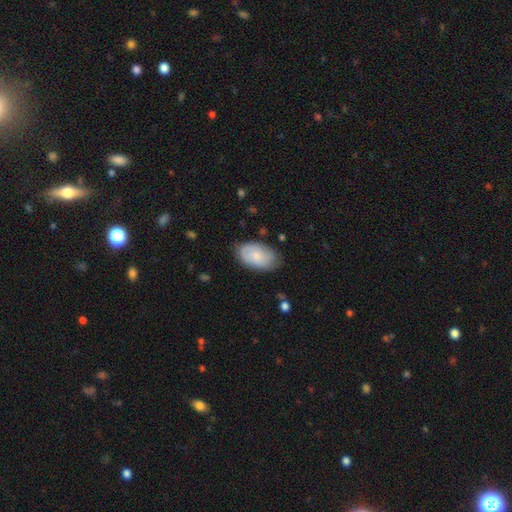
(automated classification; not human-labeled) This appears to be a smooth galaxy with no disk features (75%) that is in between round and cigar-shaped (93%). Merging: none (75%).